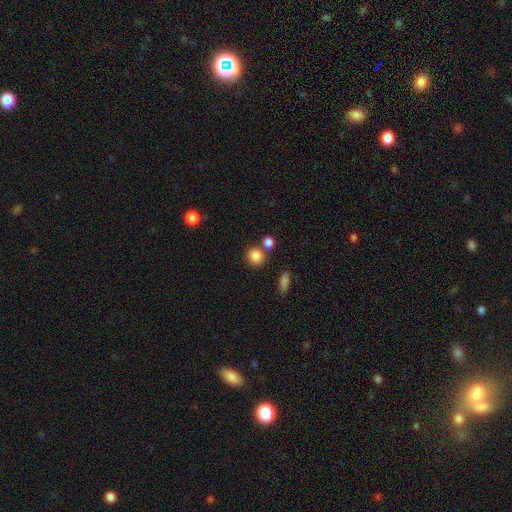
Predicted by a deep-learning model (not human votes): Morphology: type=smooth (85%); roundness=round (84%); merging=none (66%).